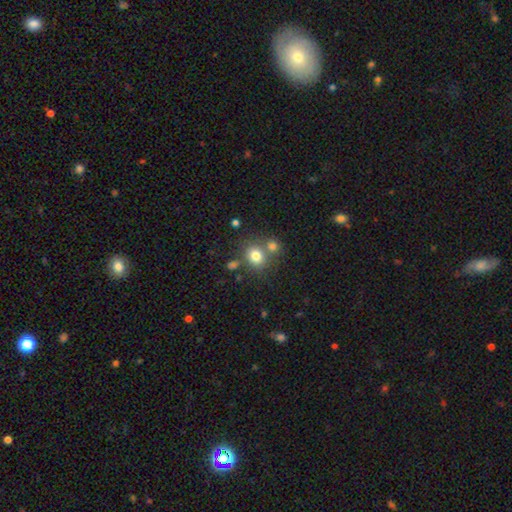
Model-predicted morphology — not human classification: Q: Smooth or featured?
A: smooth (78%); runner-up: star or artifact (13%)
Q: How rounded?
A: round (70%); runner-up: in between (29%)
Q: Merging?
A: none (58%); runner-up: merger (28%)